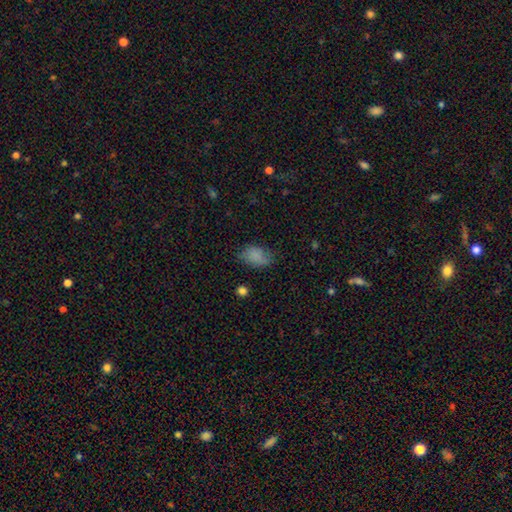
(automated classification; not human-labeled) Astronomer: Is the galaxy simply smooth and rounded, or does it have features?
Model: smooth — 84%.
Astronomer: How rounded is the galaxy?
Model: in between — 86%.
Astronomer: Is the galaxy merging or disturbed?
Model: none — 68%.